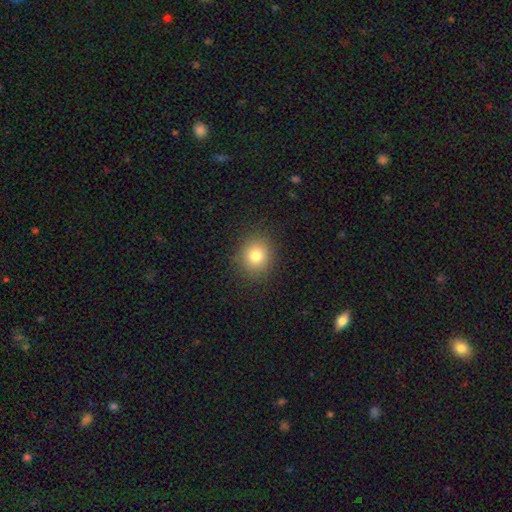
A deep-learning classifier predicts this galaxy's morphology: Smooth or featured: smooth — 80% (star or artifact — 12%)
How rounded: round — 79% (in between — 20%)
Merging: none — 88% (minor disturbance — 8%)